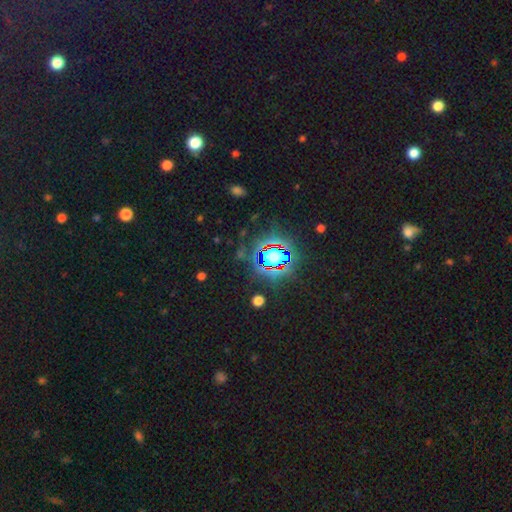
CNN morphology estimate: type=star or artifact (83%).